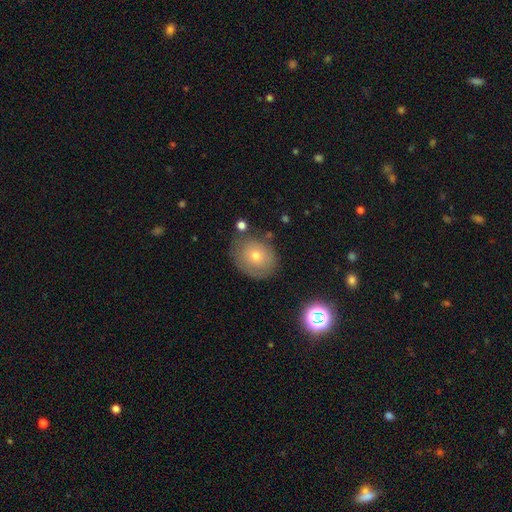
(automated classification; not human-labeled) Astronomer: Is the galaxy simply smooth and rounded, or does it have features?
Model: smooth — 62%.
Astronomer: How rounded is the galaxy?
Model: round — 64%.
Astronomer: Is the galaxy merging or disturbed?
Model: none — 74%.